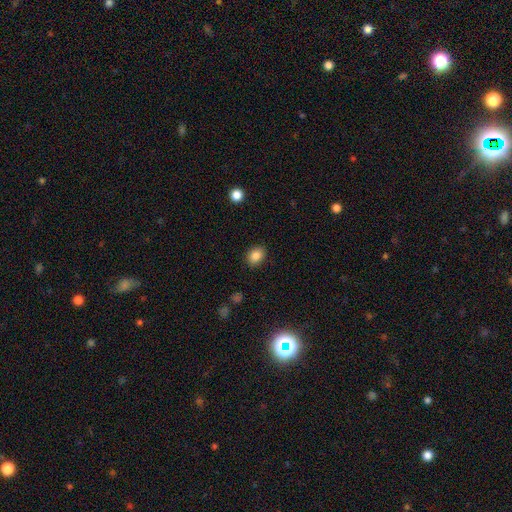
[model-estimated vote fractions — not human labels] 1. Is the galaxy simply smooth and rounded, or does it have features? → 85% smooth, 9% star or artifact, 6% featured or disk.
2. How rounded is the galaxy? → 61% in between, 38% round, 1% cigar-shaped.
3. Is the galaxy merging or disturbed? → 88% none, 8% minor disturbance, 2% major disturbance, 1% merger.